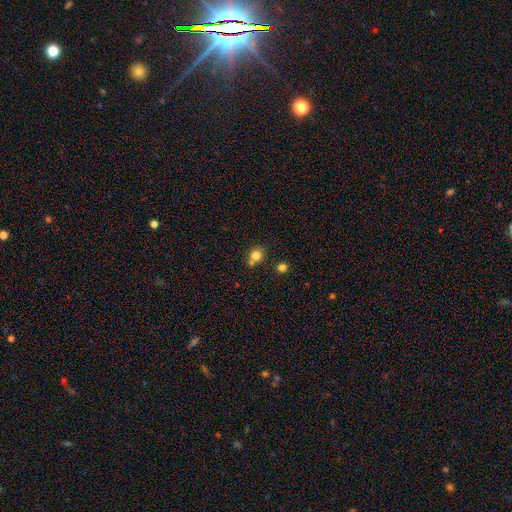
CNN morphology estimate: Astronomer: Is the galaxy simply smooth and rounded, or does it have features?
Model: smooth — 80%.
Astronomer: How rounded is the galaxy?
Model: round — 80%.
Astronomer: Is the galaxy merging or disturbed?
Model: none — 61%.